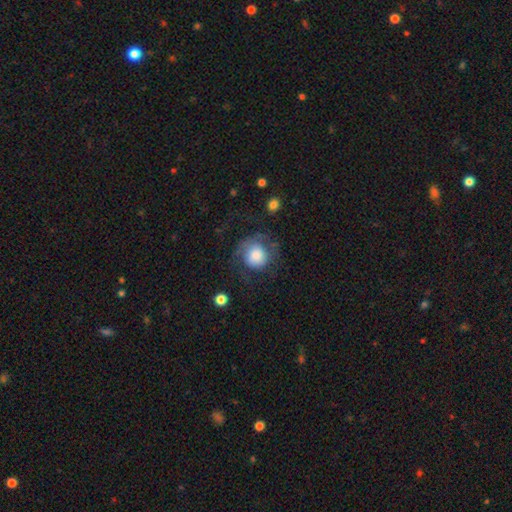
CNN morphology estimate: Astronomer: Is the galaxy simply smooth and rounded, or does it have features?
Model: smooth — 59%.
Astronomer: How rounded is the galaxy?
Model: round — 85%.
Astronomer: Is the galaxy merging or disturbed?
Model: none — 49% (runner-up: major disturbance, 28%).